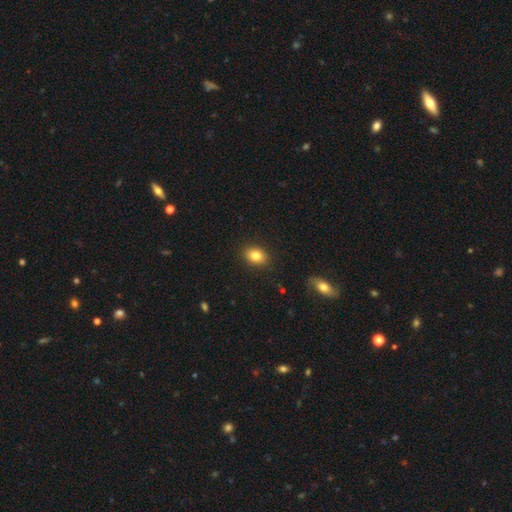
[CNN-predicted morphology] Overall: smooth (83%). How rounded: in between (68%; round 31%). Merging: none (89%).